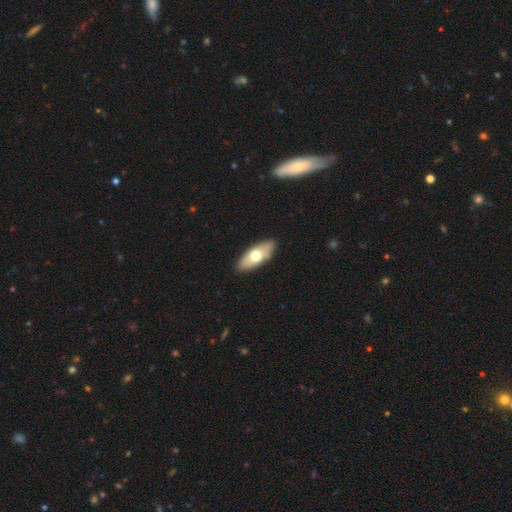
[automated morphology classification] type=smooth (62%); roundness=in between (79%); merging=none (88%).